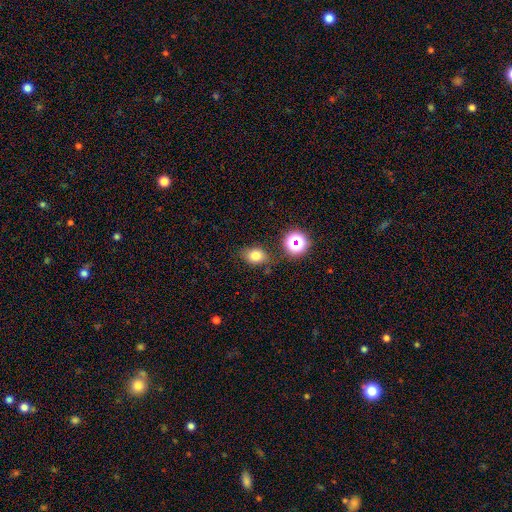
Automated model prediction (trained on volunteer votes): Overall: smooth (76%). How rounded: in between (64%; round 34%). Merging: none (76%).